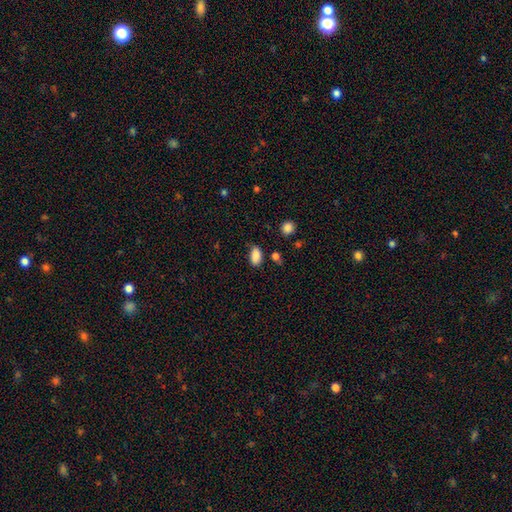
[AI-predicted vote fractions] Overall: smooth (87%). How rounded: in between (91%). Merging: none (73%).